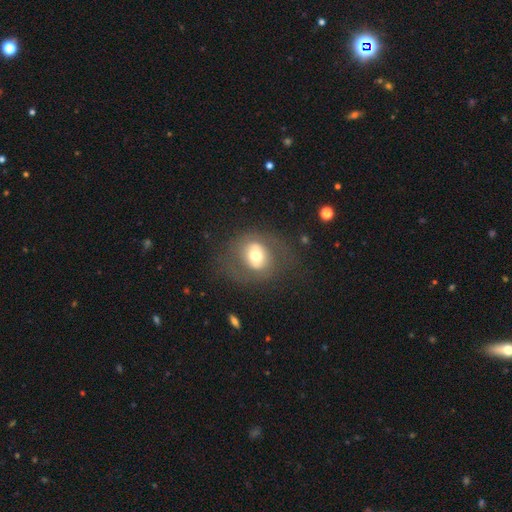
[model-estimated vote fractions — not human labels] Overall: smooth (52%; featured or disk 39%). How rounded: round (65%; in between 34%). Merging: none (68%).